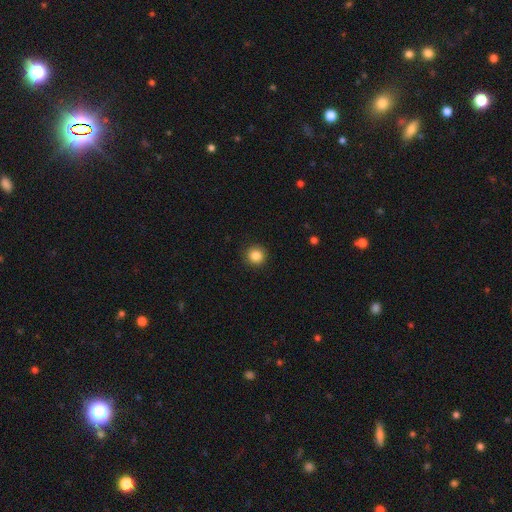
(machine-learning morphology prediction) type=smooth (86%); roundness=round (93%); merging=none (91%).